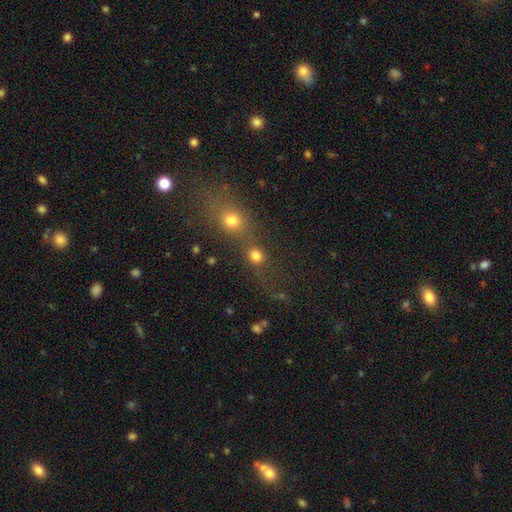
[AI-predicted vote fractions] Q: Smooth or featured?
A: smooth (78%); runner-up: star or artifact (15%)
Q: How rounded?
A: round (84%); runner-up: in between (14%)
Q: Merging?
A: none (45%); runner-up: merger (41%)